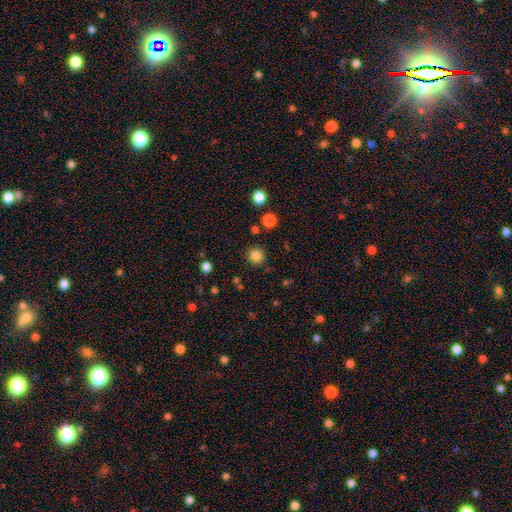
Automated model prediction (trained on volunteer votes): Smooth or featured: smooth — 83% (star or artifact — 12%)
How rounded: round — 95% (in between — 4%)
Merging: none — 90% (minor disturbance — 6%)